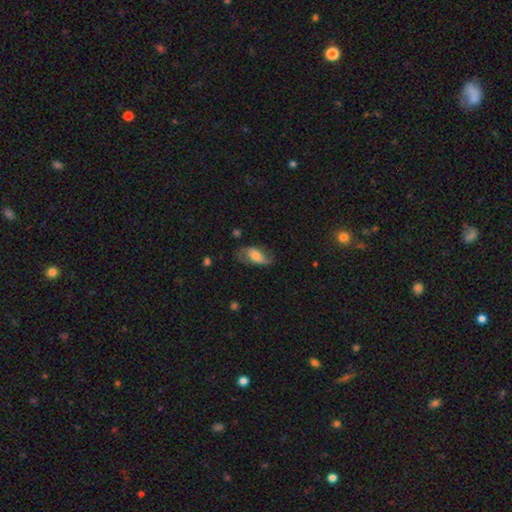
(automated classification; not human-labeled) This is possibly a featured or disk galaxy (49%). Merging: possibly none (51%).